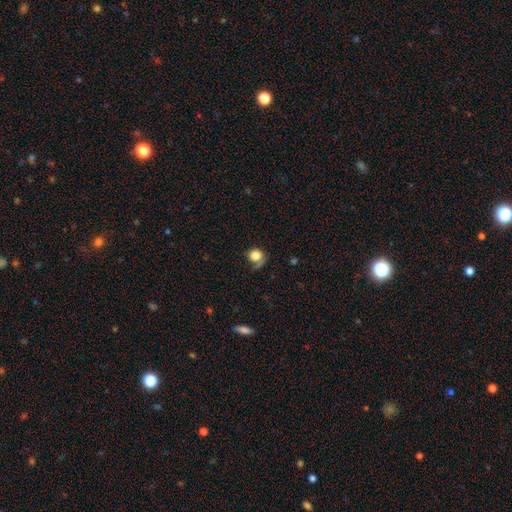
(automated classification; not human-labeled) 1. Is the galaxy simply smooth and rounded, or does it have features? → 78% smooth, 12% featured or disk, 10% star or artifact.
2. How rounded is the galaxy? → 83% round, 16% in between, 1% cigar-shaped.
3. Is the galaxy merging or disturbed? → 54% none, 22% minor disturbance, 18% major disturbance, 6% merger.